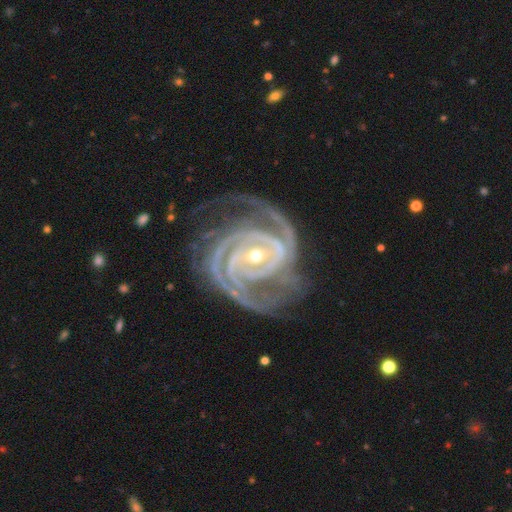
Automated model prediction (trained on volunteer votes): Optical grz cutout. It shows a featured or disk galaxy (94%) with no bar (34%), 3 (34%) tight (73%) spiral arms (99%) and a small central bulge (58%). Merging: none (66%).